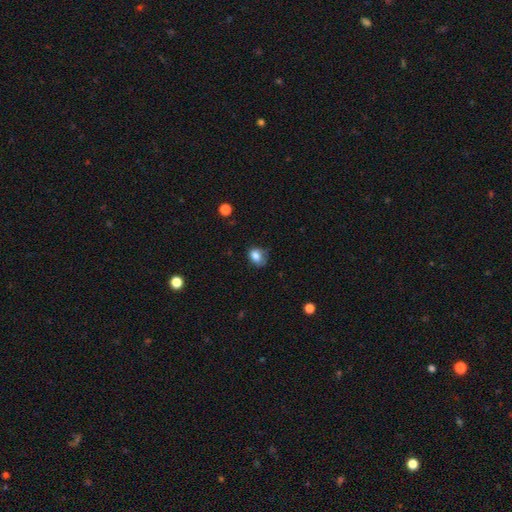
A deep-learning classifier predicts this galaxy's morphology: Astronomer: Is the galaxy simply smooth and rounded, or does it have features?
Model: smooth — 80%.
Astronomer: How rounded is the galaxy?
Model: in between — 60% (runner-up: round, 39%).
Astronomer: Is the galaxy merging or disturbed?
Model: none — 52% (runner-up: minor disturbance, 34%).